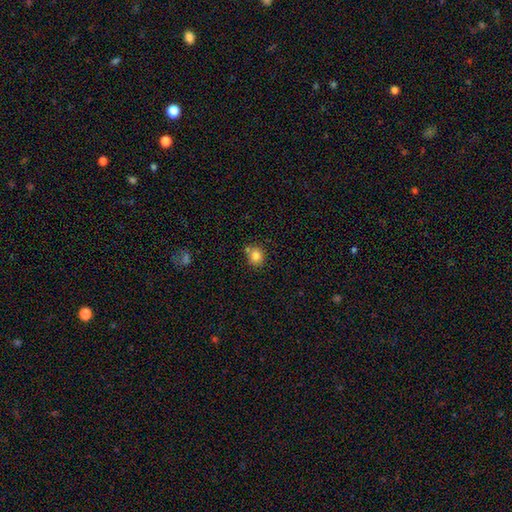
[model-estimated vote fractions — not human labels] A smooth galaxy with no disk features (82%) that is round (79%).

Vote fractions:
- Smooth or featured? smooth: 82% / star or artifact: 11% / featured or disk: 7%
- How rounded? round: 79% / in between: 20% / cigar-shaped: 1%
- Merging? none: 70% / merger: 14% / minor disturbance: 13% / major disturbance: 3%